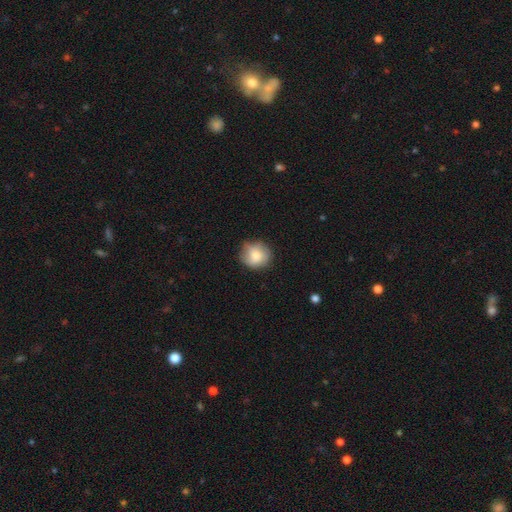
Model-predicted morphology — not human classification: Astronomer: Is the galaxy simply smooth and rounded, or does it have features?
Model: smooth — 75%.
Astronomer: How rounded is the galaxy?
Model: round — 84%.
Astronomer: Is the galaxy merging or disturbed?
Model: none — 70%.